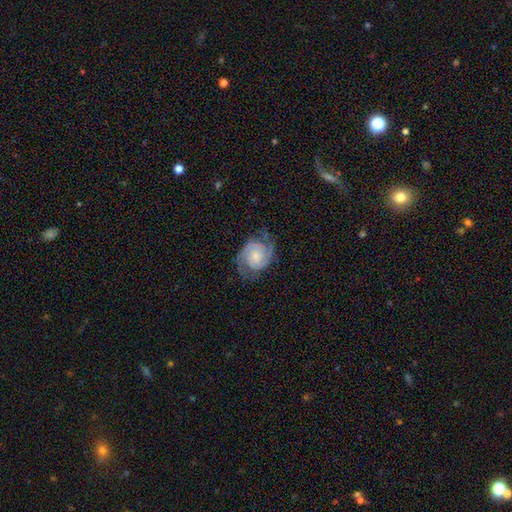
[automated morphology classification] smooth_or_featured: featured or disk (p=0.86) [alt: smooth p=0.08]
disk_edge_on: no (p=0.98) [alt: yes p=0.02]
bar: no (p=0.65) [alt: weak p=0.29]
has_spiral_arms: yes (p=0.97) [alt: no p=0.03]
spiral_winding: tight (p=0.52) [alt: medium p=0.39]
spiral_arm_count: 2 (p=0.82) [alt: 3 p=0.06]
bulge_size: small (p=0.52) [alt: moderate p=0.30]
merging: none (p=0.72) [alt: minor disturbance p=0.18]